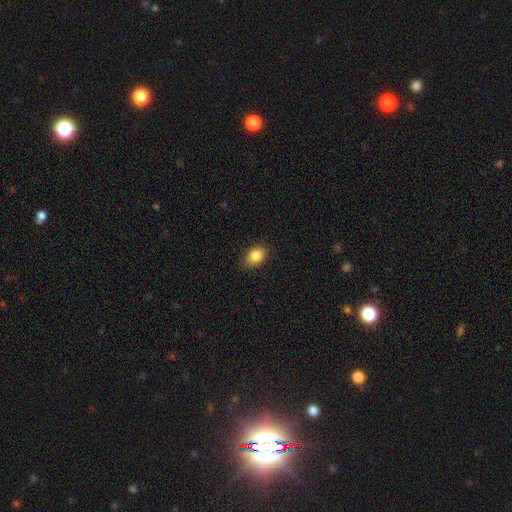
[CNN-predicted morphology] The model was most divided on "how rounded": in between: 78%, round: 21%, cigar-shaped: 1%. More confident: smooth or featured — smooth (86%); merging — none (84%).